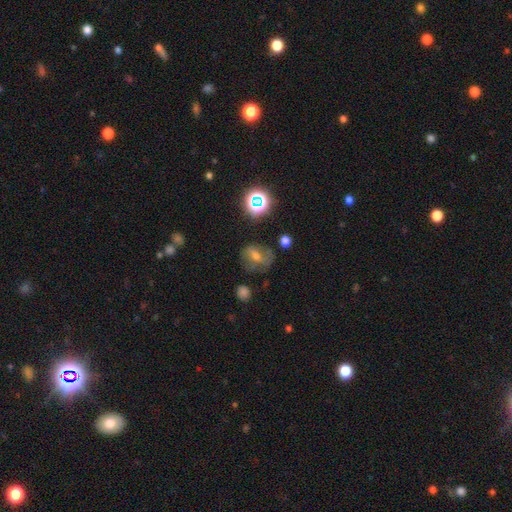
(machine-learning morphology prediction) Smooth or featured?
  - smooth: 45% *
  - featured or disk: 34%
  - star or artifact: 20%
Merging?
  - none: 57% *
  - minor disturbance: 23%
  - major disturbance: 16%
  - merger: 3%